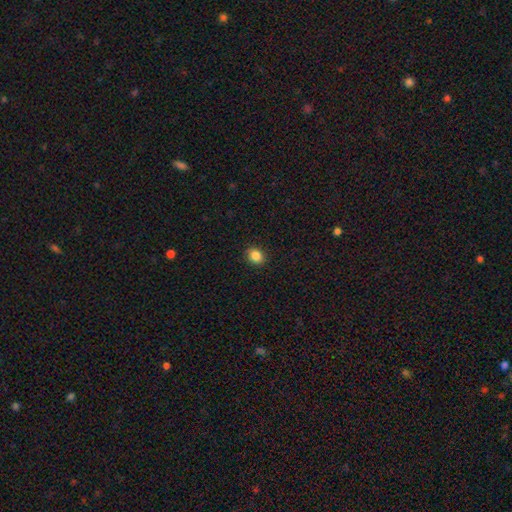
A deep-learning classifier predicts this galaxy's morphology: Smooth or featured? smooth (85%)
How rounded? round (59%)
Merging? none (91%)